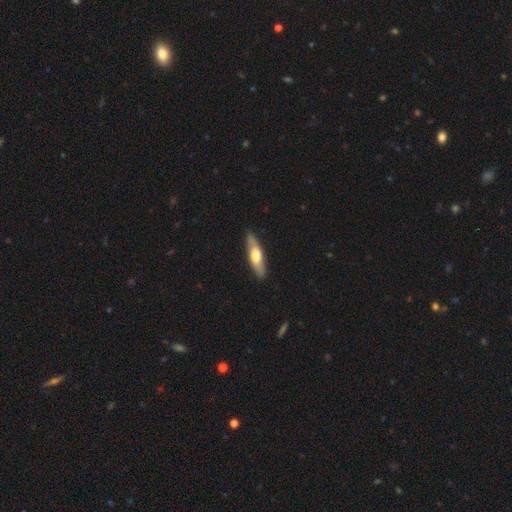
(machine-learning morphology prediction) A smooth galaxy with no disk features (51%) that is cigar-shaped (69%).

Vote fractions:
- Smooth or featured? smooth: 51% / featured or disk: 44% / star or artifact: 5%
- How rounded? cigar-shaped: 69% / in between: 29% / round: 2%
- Merging? none: 88% / minor disturbance: 9% / major disturbance: 2% / merger: 1%